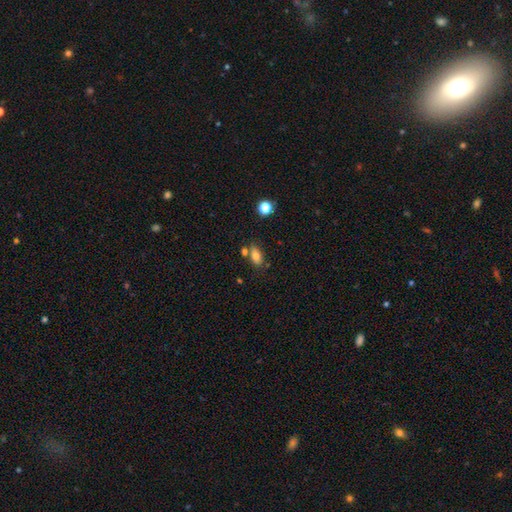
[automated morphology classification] type=smooth (78%); roundness=in between (85%); merging=none (65%).